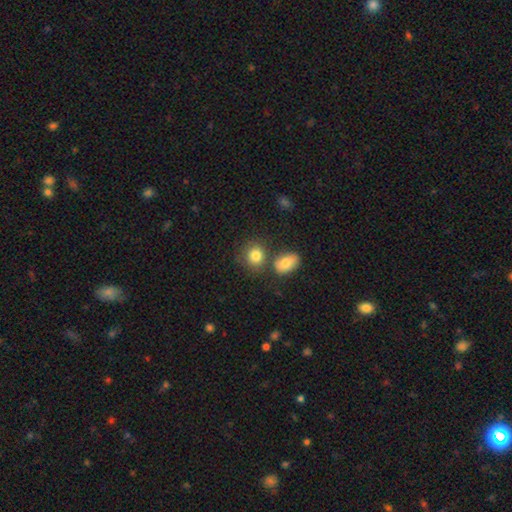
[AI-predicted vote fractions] This appears to be a smooth galaxy with no disk features (84%) that is round (72%). Merging: none (64%).